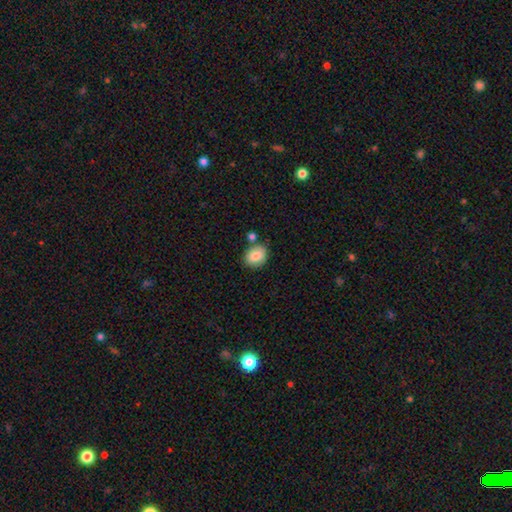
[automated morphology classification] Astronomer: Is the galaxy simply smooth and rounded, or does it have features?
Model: smooth — 84%.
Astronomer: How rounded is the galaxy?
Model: in between — 52% (runner-up: round, 47%).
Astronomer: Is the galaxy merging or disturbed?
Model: none — 72%.